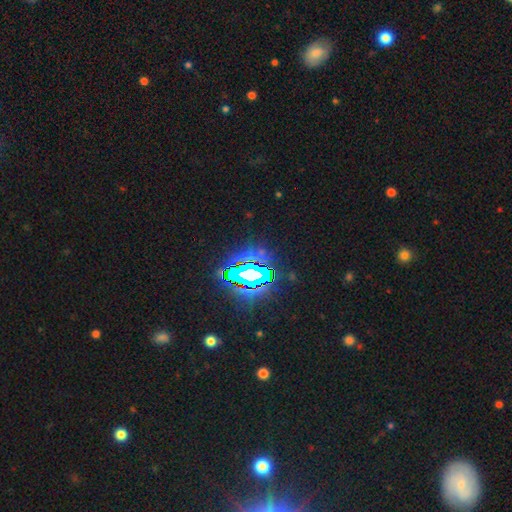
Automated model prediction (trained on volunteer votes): A star or artifact, not a galaxy (85%).

Vote fractions:
- Smooth or featured? star or artifact: 85% / smooth: 9% / featured or disk: 6%